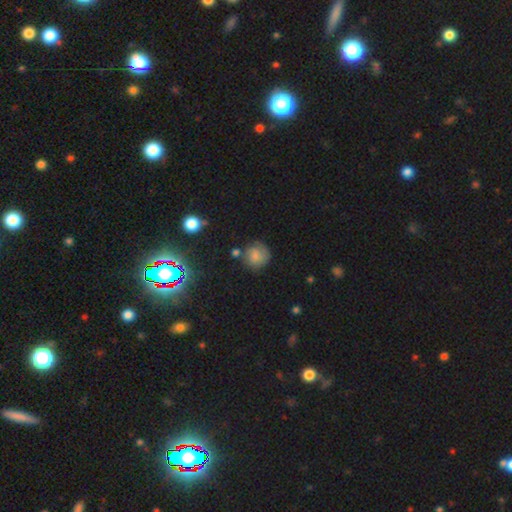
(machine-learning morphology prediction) smooth 66%, featured or disk 21%, star or artifact 13%. Down the decision tree: how rounded — round (87%); merging — none (66%).